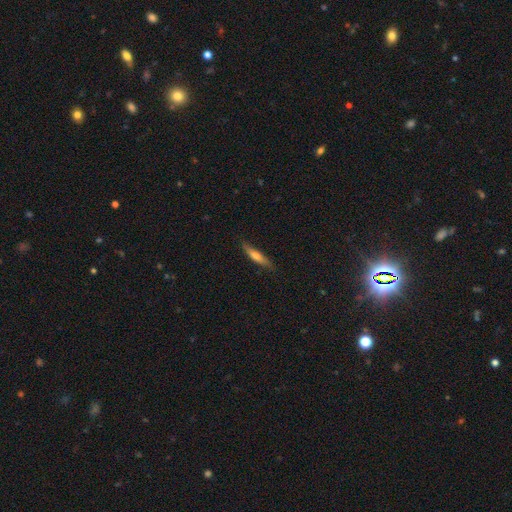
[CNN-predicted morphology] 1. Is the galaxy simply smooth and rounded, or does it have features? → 55% smooth, 39% featured or disk, 6% star or artifact.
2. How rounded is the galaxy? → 87% cigar-shaped, 12% in between, 2% round.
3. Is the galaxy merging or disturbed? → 81% none, 15% minor disturbance, 3% major disturbance, 1% merger.